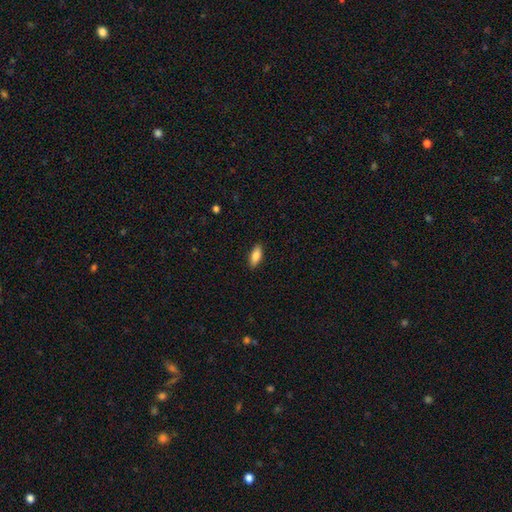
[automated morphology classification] smooth_or_featured: smooth (p=0.86) [alt: featured or disk p=0.08]
how_rounded: in between (p=0.78) [alt: cigar-shaped p=0.20]
merging: none (p=0.89) [alt: minor disturbance p=0.08]